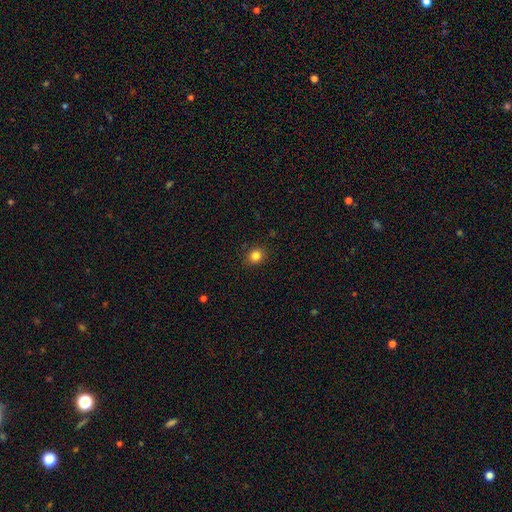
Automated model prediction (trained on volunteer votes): Morphology: type=smooth (83%); roundness=round (75%); merging=none (90%).